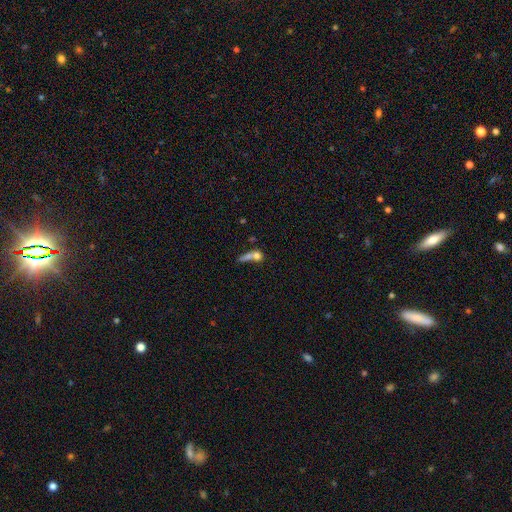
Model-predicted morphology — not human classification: smooth_or_featured: smooth (p=0.64) [alt: featured or disk p=0.23]
how_rounded: round (p=0.47) [alt: in between p=0.29]
merging: merger (p=0.46) [alt: none p=0.30]